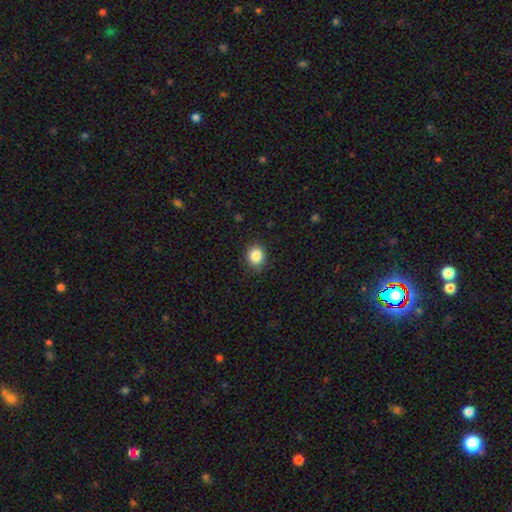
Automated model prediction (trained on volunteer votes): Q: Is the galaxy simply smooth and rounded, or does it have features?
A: smooth — 86%.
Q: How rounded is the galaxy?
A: round — 79%.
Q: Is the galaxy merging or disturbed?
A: none — 88%.